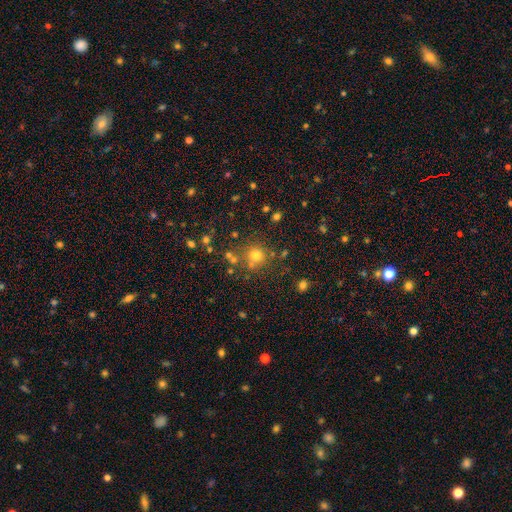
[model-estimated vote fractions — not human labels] A smooth galaxy with no disk features (70%) that is round (92%). Merging: none (76%).